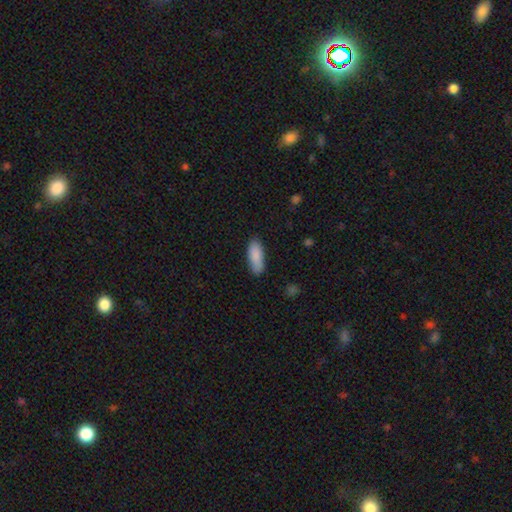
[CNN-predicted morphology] A smooth galaxy with no disk features (88%) that is in between round and cigar-shaped (75%). Merging: none (85%).